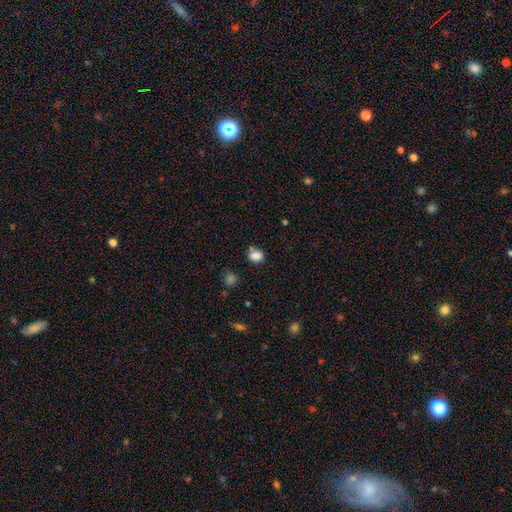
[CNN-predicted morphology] type=smooth (83%); roundness=round (56%); merging=none (66%).